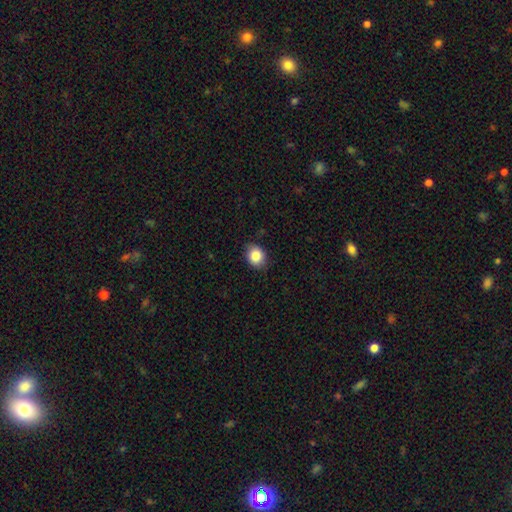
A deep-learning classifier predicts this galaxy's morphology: smooth_or_featured: smooth (p=0.86) [alt: star or artifact p=0.09]
how_rounded: round (p=0.56) [alt: in between p=0.43]
merging: none (p=0.82) [alt: minor disturbance p=0.14]